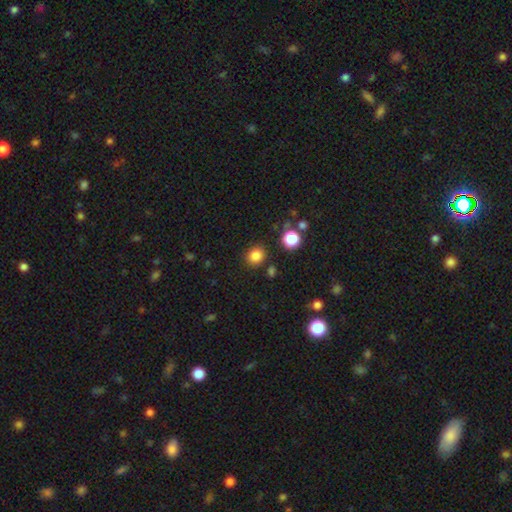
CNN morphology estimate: Smooth or featured? Predicted: smooth (p=0.83). How rounded? Predicted: round (p=0.82). Merging? Predicted: none (p=0.85).